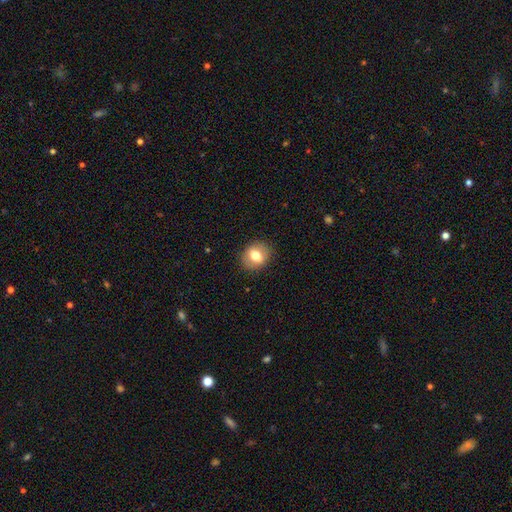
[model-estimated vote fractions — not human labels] The model was most divided on "how rounded": round: 61%, in between: 38%, cigar-shaped: 1%. More confident: merging — none (87%); smooth or featured — smooth (70%).